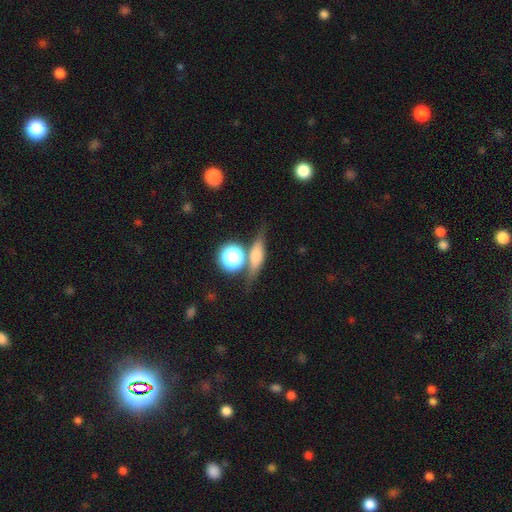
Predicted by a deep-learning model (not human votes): This is marginally a featured or disk galaxy (44%, tied with smooth). Merging: likely none (66%).